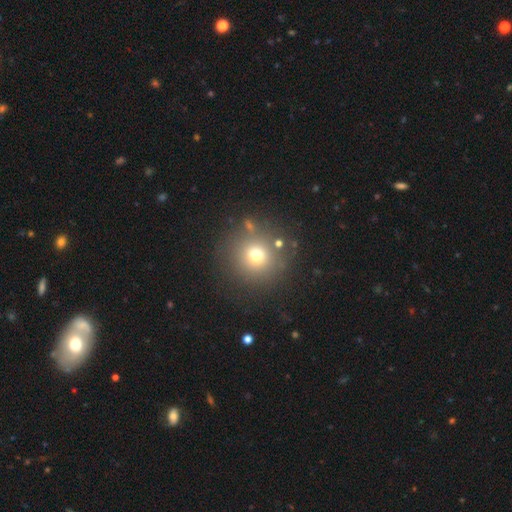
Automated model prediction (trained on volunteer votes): A smooth galaxy with no disk features (70%) that is round (92%).

Vote fractions:
- Smooth or featured? smooth: 70% / star or artifact: 18% / featured or disk: 12%
- How rounded? round: 92% / in between: 7% / cigar-shaped: 1%
- Merging? none: 80% / minor disturbance: 9% / merger: 5% / major disturbance: 5%